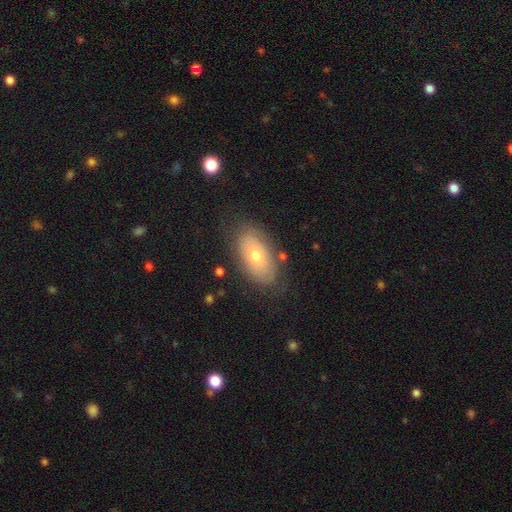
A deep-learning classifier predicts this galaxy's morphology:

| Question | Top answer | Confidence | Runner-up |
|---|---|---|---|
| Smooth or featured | smooth | 57% | featured or disk (36%) |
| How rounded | in between | 92% | round (6%) |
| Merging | none | 76% | minor disturbance (16%) |